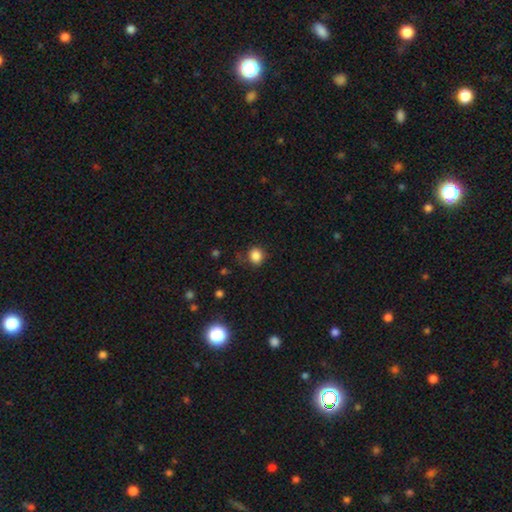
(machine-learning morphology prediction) smooth_or_featured: smooth (p=0.85) [alt: star or artifact p=0.11]
how_rounded: round (p=0.72) [alt: in between p=0.27]
merging: none (p=0.75) [alt: minor disturbance p=0.18]